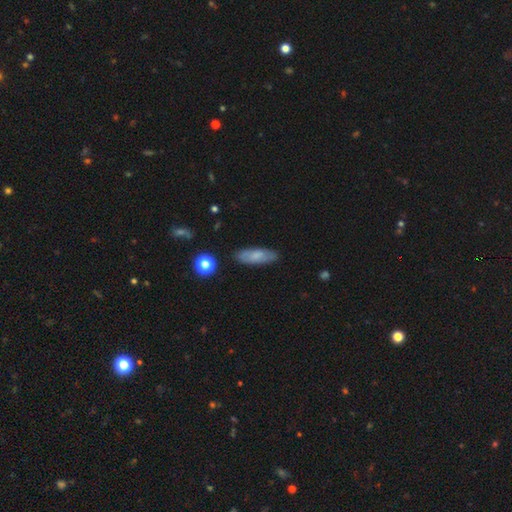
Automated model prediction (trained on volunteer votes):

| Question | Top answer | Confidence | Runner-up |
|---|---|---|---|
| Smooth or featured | smooth | 73% | featured or disk (19%) |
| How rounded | in between | 59% | cigar-shaped (38%) |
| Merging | none | 84% | minor disturbance (12%) |